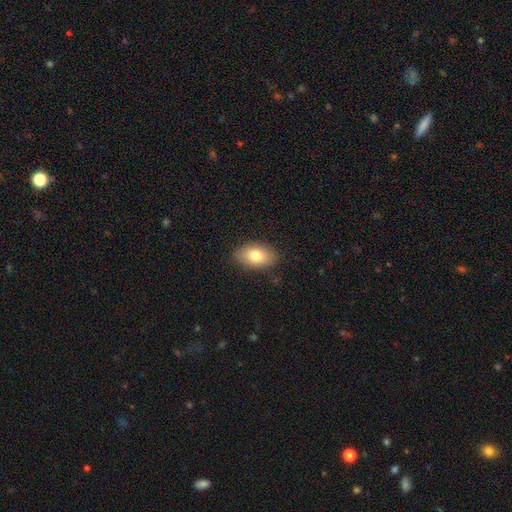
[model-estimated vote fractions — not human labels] Overall: smooth (80%). How rounded: in between (91%). Merging: none (85%).